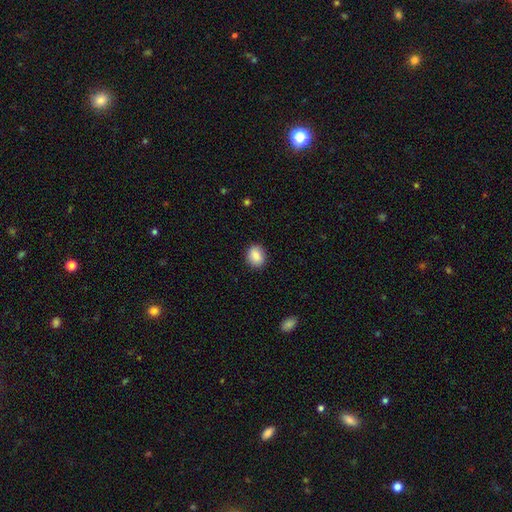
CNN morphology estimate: This is clearly a smooth galaxy (86%). How rounded: possibly round (54%). Merging: clearly none (87%).